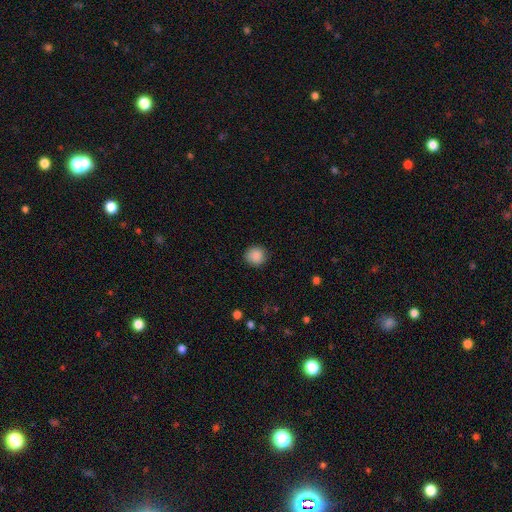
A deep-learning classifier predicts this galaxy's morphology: smooth 88%, star or artifact 8%, featured or disk 4%. Down the decision tree: how rounded — round (89%); merging — none (85%).